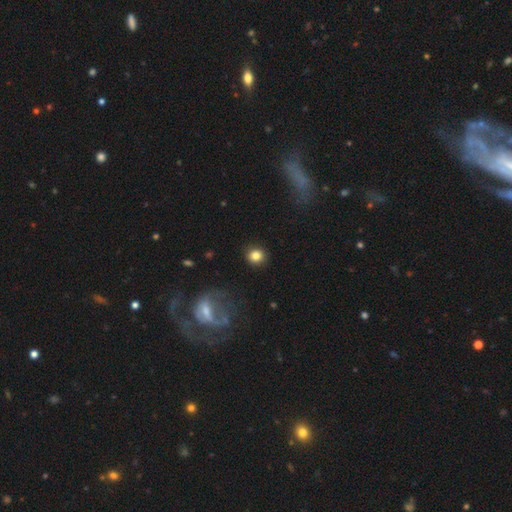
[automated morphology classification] type=smooth (82%); roundness=round (86%); merging=none (90%).